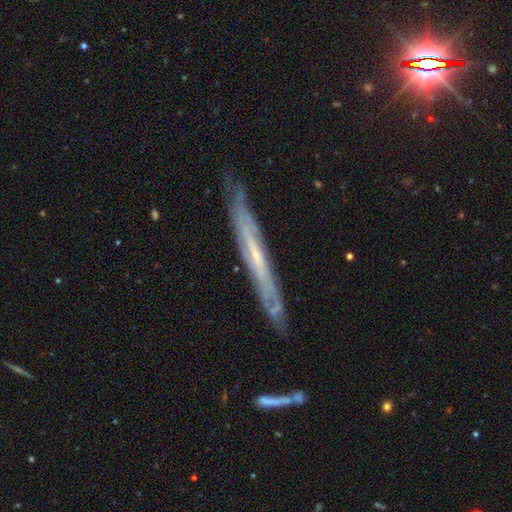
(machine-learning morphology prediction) Overall: featured or disk (70%). Edge-on disk: yes (83%). Edge-on bulge: none (73%). Merging: none (79%).